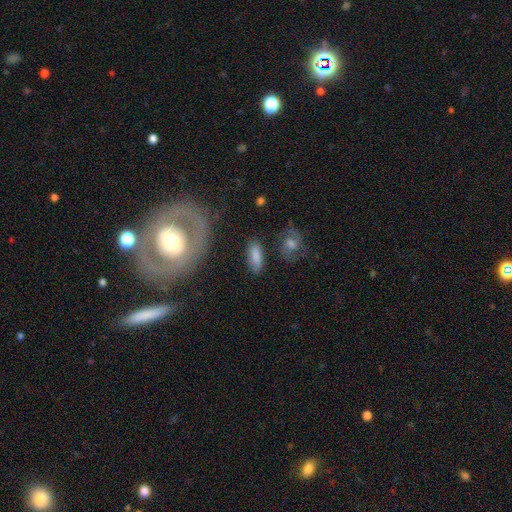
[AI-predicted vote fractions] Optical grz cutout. It shows a smooth galaxy with no disk features (81%) that is in between round and cigar-shaped (69%). Merging: none (79%).